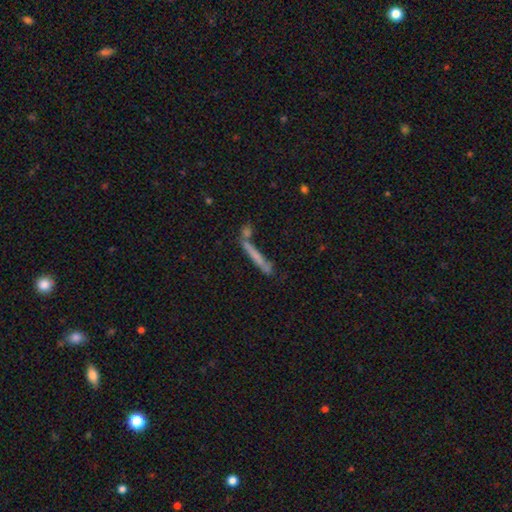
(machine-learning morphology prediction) Smooth or featured: smooth — 56% (featured or disk — 34%)
How rounded: cigar-shaped — 94% (in between — 4%)
Merging: none — 60% (merger — 19%)